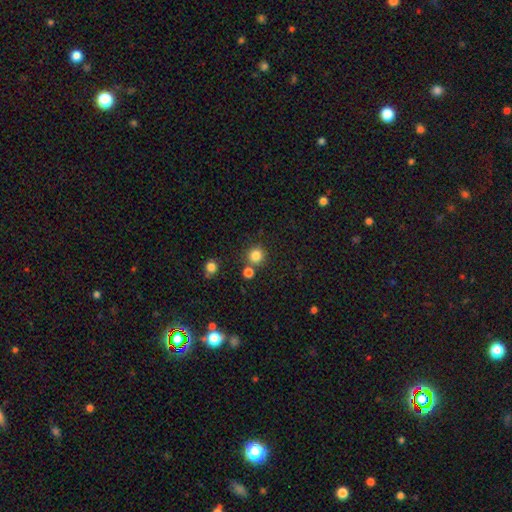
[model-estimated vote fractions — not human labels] smooth_or_featured: smooth (p=0.83) [alt: star or artifact p=0.13]
how_rounded: round (p=0.92) [alt: in between p=0.07]
merging: none (p=0.76) [alt: merger p=0.13]